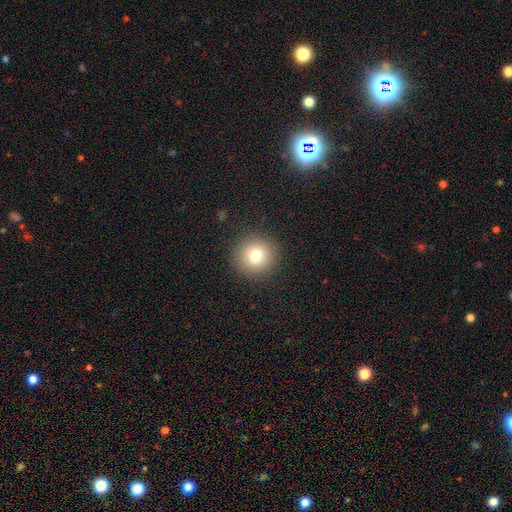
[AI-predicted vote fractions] The model was most divided on "smooth or featured": smooth: 76%, star or artifact: 12%, featured or disk: 11%. More confident: how rounded — round (94%); merging — none (90%).